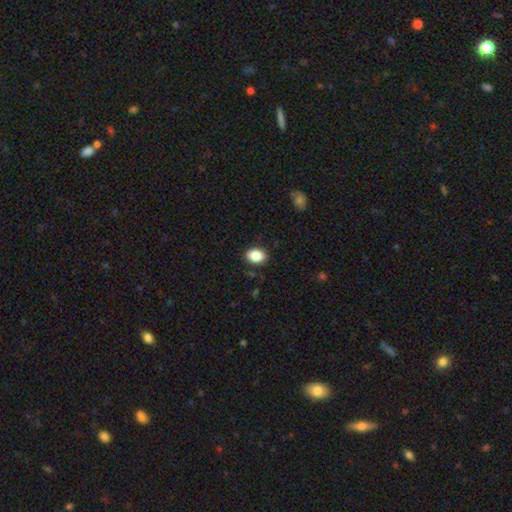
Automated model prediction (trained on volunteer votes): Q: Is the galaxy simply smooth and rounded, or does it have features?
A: smooth — 86%.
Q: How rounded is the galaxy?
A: in between — 78%.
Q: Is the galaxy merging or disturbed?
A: none — 87%.